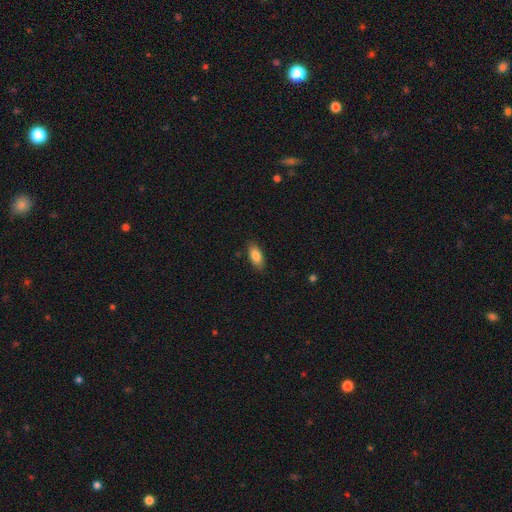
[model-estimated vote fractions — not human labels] Smooth or featured? smooth (85%)
How rounded? in between (89%)
Merging? none (86%)